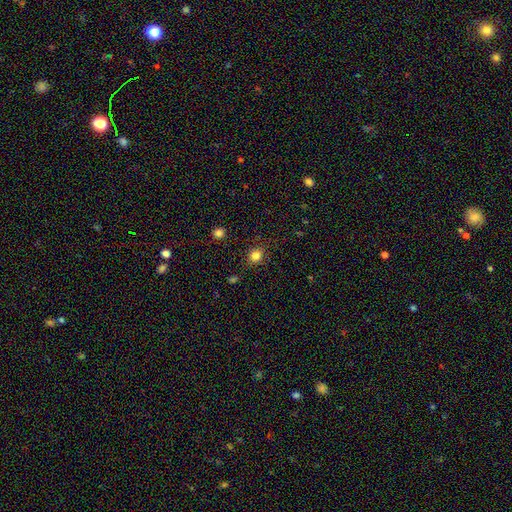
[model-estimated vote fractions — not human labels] Smooth or featured?
  - smooth: 82% *
  - star or artifact: 13%
  - featured or disk: 5%
How rounded?
  - round: 76% *
  - in between: 23%
  - cigar-shaped: 1%
Merging?
  - none: 86% *
  - minor disturbance: 10%
  - major disturbance: 3%
  - merger: 1%